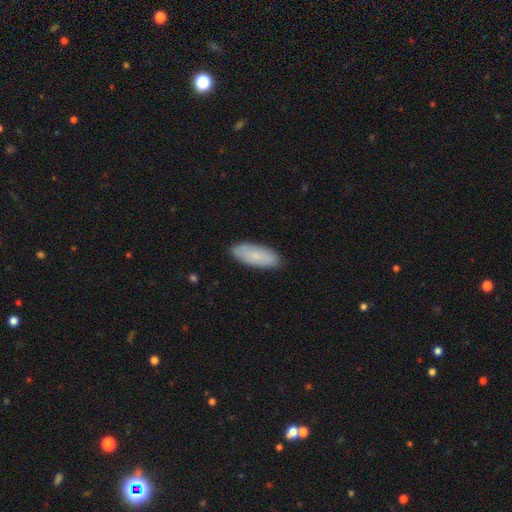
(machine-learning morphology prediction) smooth-or-featured: smooth: 76% | featured or disk: 17% | star or artifact: 6%
  how-rounded: in between: 78% | cigar-shaped: 20% | round: 2%
  merging: none: 87% | minor disturbance: 10% | major disturbance: 2% | merger: 1%